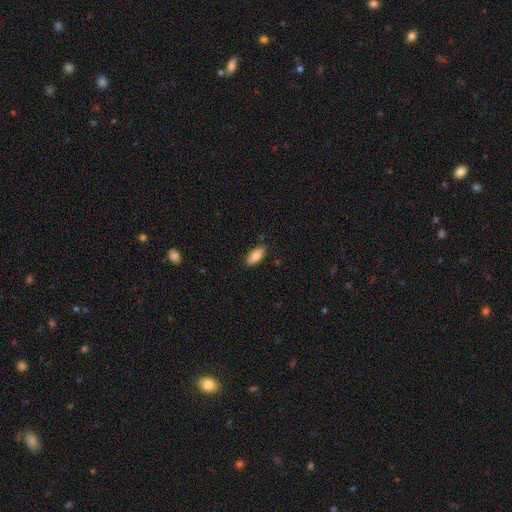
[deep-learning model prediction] This is clearly a smooth galaxy (84%). How rounded: clearly in between (86%). Merging: clearly none (85%).